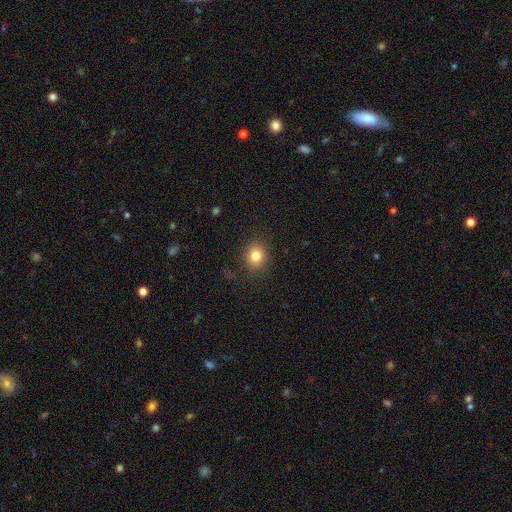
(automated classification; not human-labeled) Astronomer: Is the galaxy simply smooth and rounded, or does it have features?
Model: smooth — 81%.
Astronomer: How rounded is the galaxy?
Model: round — 72%.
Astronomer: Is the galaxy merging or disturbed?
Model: none — 87%.